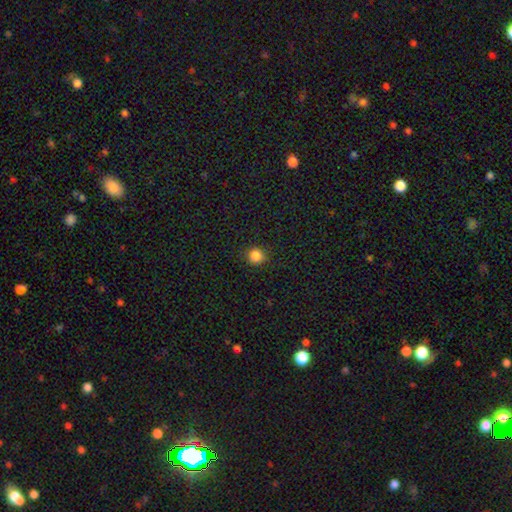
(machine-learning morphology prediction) Overall: smooth (84%). How rounded: round (91%). Merging: none (88%).